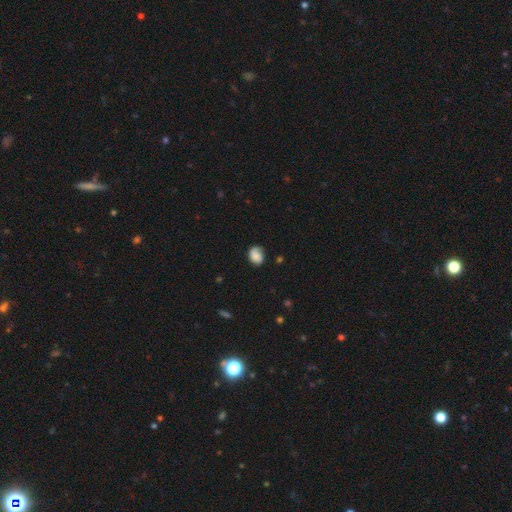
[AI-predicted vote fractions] smooth-or-featured: smooth: 78% | featured or disk: 13% | star or artifact: 9%
  how-rounded: in between: 58% | round: 41% | cigar-shaped: 1%
  merging: none: 69% | minor disturbance: 23% | major disturbance: 7% | merger: 2%